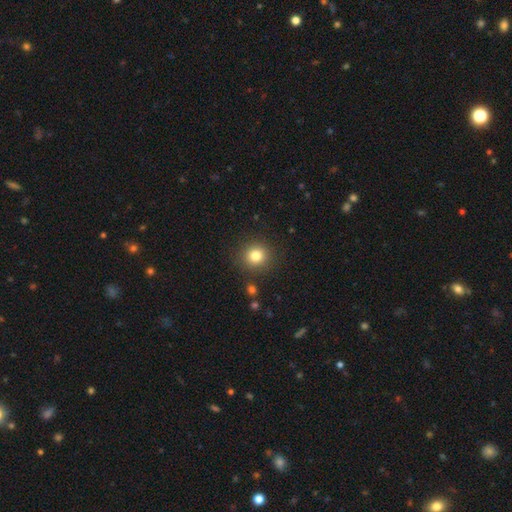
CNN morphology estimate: A smooth galaxy with no disk features (81%) that is round (92%).

Vote fractions:
- Smooth or featured? smooth: 81% / star or artifact: 12% / featured or disk: 7%
- How rounded? round: 92% / in between: 7% / cigar-shaped: 1%
- Merging? none: 89% / minor disturbance: 6% / major disturbance: 3% / merger: 2%